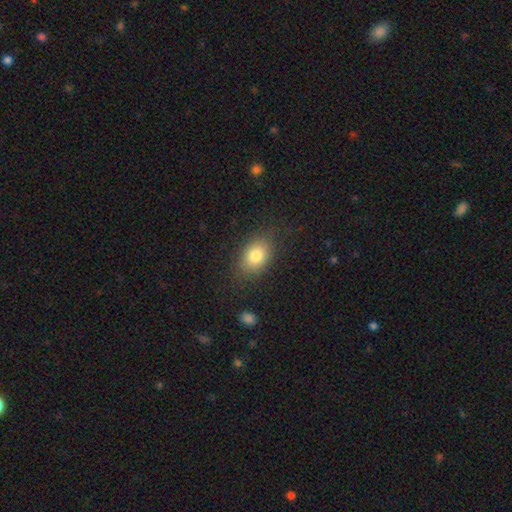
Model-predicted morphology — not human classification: Smooth or featured?
  - smooth: 80% *
  - featured or disk: 11%
  - star or artifact: 9%
How rounded?
  - in between: 77% *
  - round: 21%
  - cigar-shaped: 1%
Merging?
  - none: 82% *
  - minor disturbance: 12%
  - major disturbance: 5%
  - merger: 1%